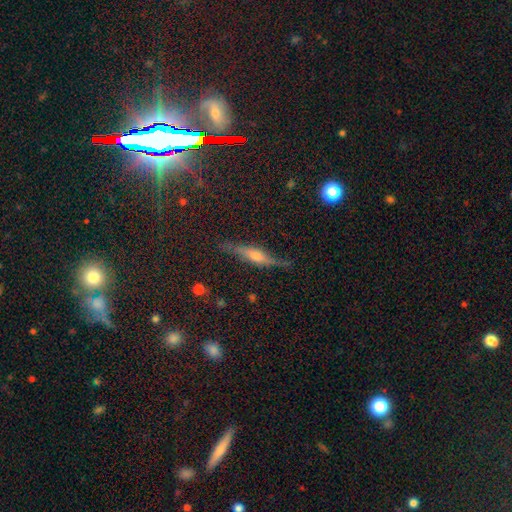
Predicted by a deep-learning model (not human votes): A featured or disk galaxy (64%) viewed edge-on (88%) with a rounded central bulge (76%).

Vote fractions:
- Smooth or featured? featured or disk: 64% / smooth: 26% / star or artifact: 10%
- Edge-on disk? yes: 88% / no: 12%
- Edge-on bulge? rounded: 76% / boxy: 15% / none: 9%
- Merging? none: 76% / minor disturbance: 17% / major disturbance: 5% / merger: 2%